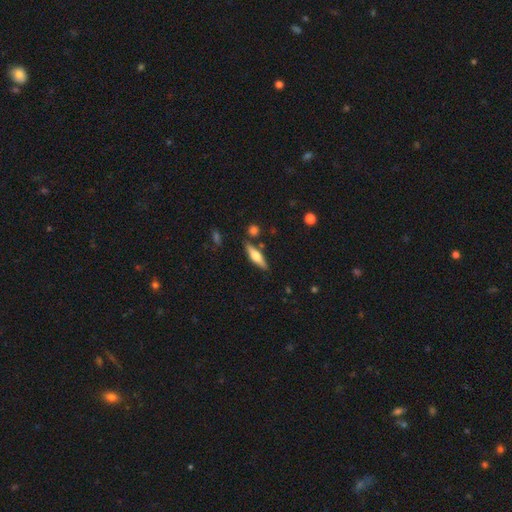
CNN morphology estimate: Smooth or featured? Predicted: smooth (p=0.48). Merging? Predicted: none (p=0.82).